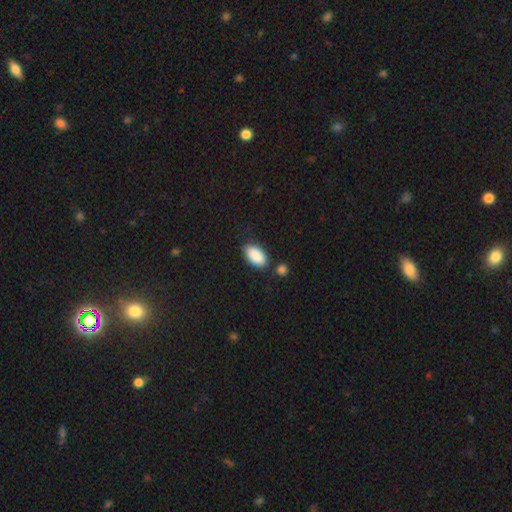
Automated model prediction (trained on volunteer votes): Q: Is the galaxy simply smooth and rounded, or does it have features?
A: smooth — 90%.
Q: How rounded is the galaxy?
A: in between — 94%.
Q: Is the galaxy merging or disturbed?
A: none — 75%.